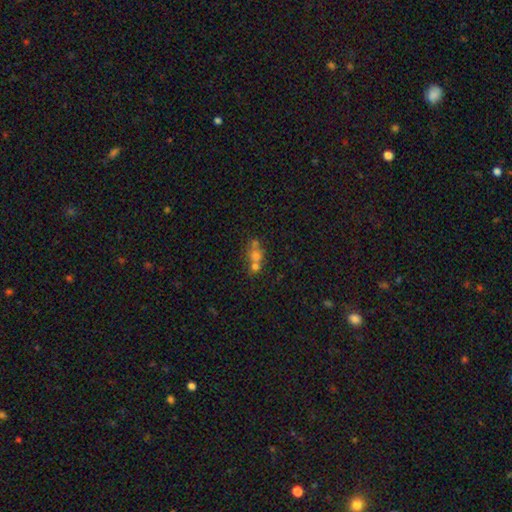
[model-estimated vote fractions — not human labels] Smooth or featured? smooth (60%)
How rounded? round (71%)
Merging? merger (58%)